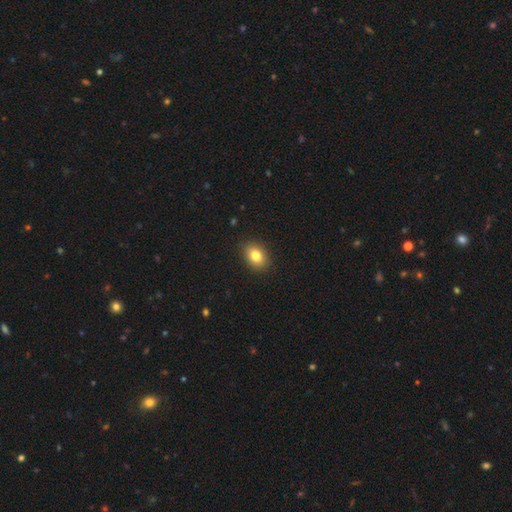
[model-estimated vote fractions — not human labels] This is clearly a smooth galaxy (82%). How rounded: likely in between (71%). Merging: clearly none (88%).